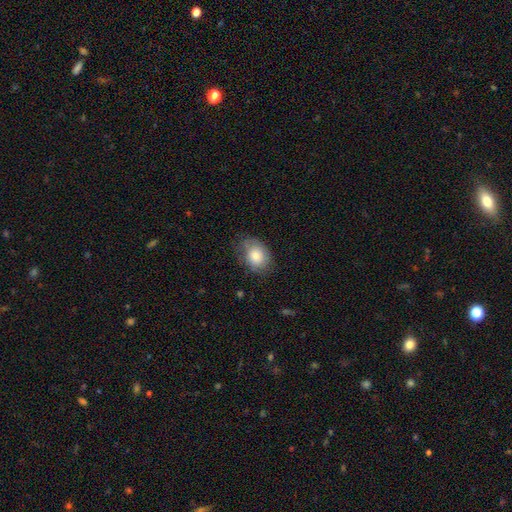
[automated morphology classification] Smooth or featured? Predicted: smooth (p=0.78). How rounded? Predicted: in between (p=0.58). Merging? Predicted: none (p=0.62).